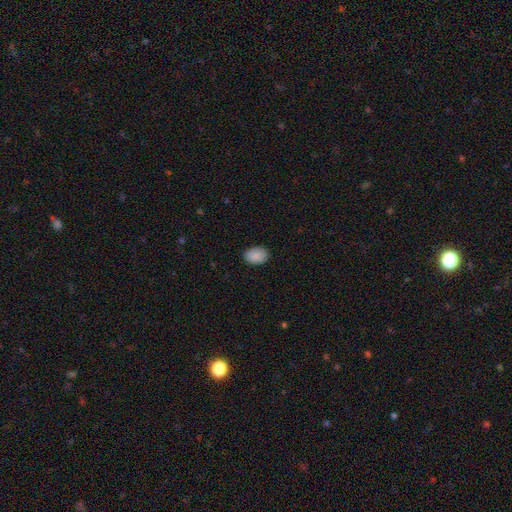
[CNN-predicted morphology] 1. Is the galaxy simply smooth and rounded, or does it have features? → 90% smooth, 7% star or artifact, 3% featured or disk.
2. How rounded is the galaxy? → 80% in between, 19% round, 1% cigar-shaped.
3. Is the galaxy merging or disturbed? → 88% none, 9% minor disturbance, 2% major disturbance, 1% merger.